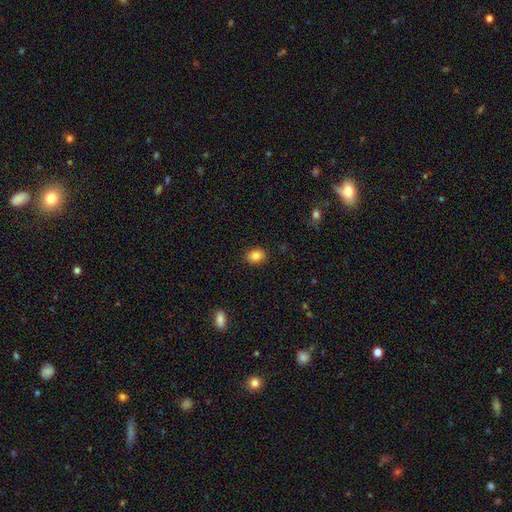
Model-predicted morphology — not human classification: Smooth or featured?
  - smooth: 86% *
  - star or artifact: 9%
  - featured or disk: 5%
How rounded?
  - in between: 66% *
  - round: 33%
  - cigar-shaped: 1%
Merging?
  - none: 89% *
  - minor disturbance: 8%
  - major disturbance: 2%
  - merger: 1%